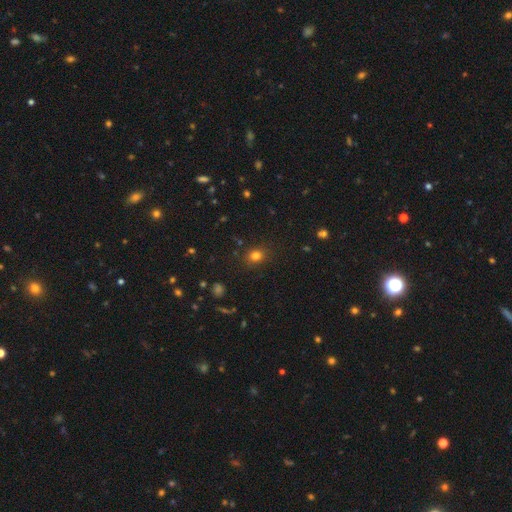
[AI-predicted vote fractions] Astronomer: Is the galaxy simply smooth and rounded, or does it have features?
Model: smooth — 78%.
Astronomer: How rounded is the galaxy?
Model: round — 66%.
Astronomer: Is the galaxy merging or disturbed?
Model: none — 85%.